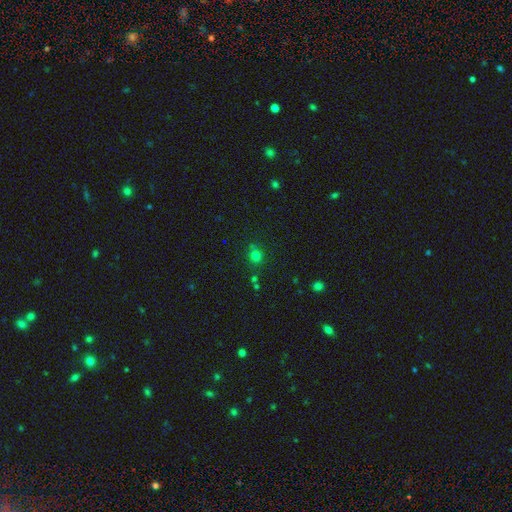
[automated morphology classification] A smooth galaxy with no disk features (72%) that is round (83%).

Vote fractions:
- Smooth or featured? smooth: 72% / star or artifact: 21% / featured or disk: 6%
- How rounded? round: 83% / in between: 16% / cigar-shaped: 1%
- Merging? none: 74% / minor disturbance: 13% / merger: 8% / major disturbance: 4%